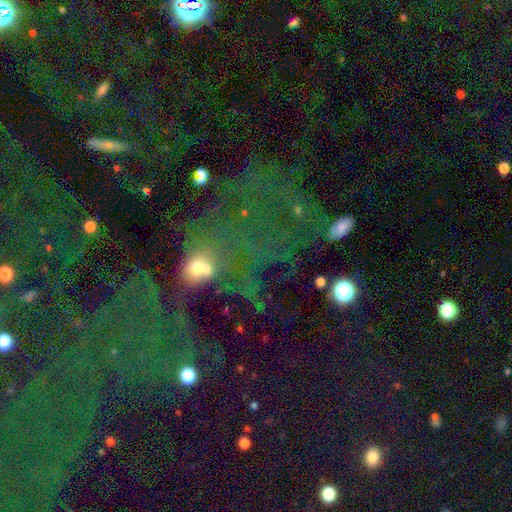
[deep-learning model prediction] Smooth or featured: star or artifact — 41% (featured or disk — 31%)